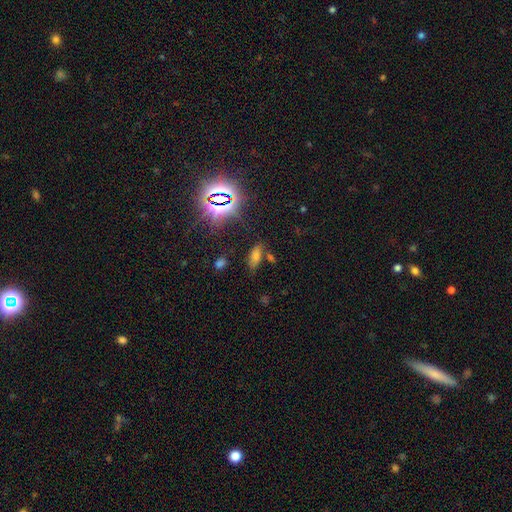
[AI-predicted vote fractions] A smooth galaxy with no disk features (47%). Merging: none (73%).